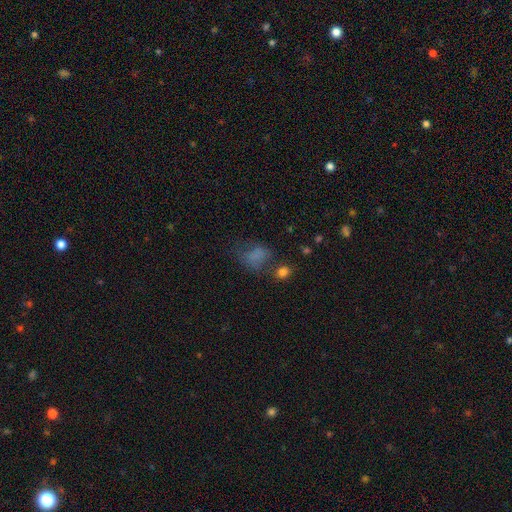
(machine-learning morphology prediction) This is likely a smooth galaxy (67%). How rounded: likely in between (63%). Merging: marginally none (40%).